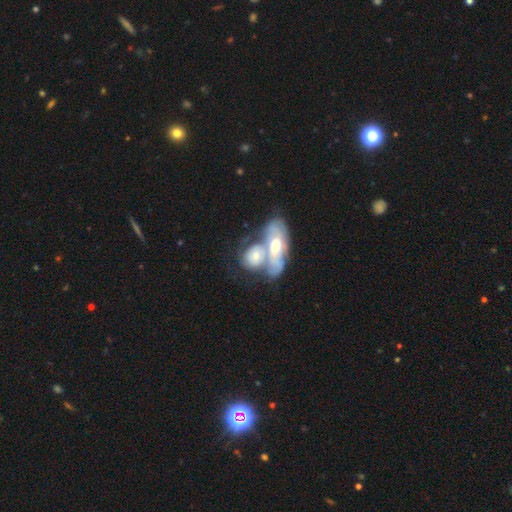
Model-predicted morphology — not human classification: smooth_or_featured: featured or disk (p=0.50) [alt: smooth p=0.44]
merging: merger (p=0.66) [alt: none p=0.19]